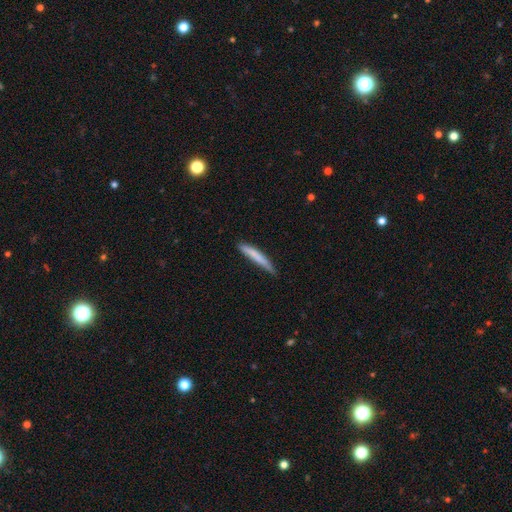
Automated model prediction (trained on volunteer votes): smooth_or_featured: smooth (p=0.73) [alt: featured or disk p=0.21]
how_rounded: cigar-shaped (p=0.95) [alt: in between p=0.04]
merging: none (p=0.72) [alt: minor disturbance p=0.23]